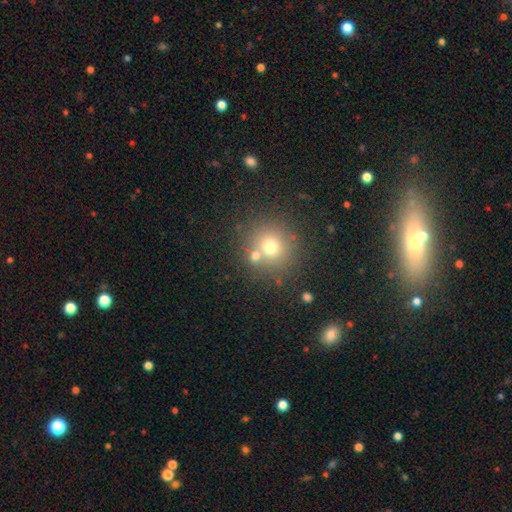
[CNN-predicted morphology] The model was most divided on "merging": none: 67%, merger: 20%, minor disturbance: 8%, major disturbance: 4%. More confident: how rounded — round (90%); smooth or featured — smooth (69%).